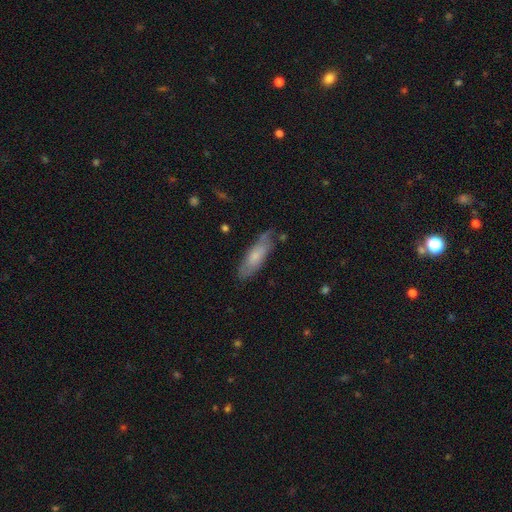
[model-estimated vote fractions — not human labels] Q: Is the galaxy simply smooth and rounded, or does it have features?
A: smooth — 63%.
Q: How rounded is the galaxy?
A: in between — 50%.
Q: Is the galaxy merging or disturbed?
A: none — 69%.